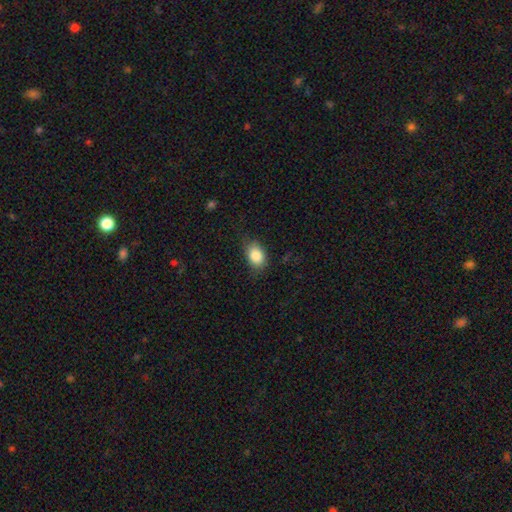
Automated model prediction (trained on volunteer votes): Morphology: type=smooth (85%); roundness=in between (78%); merging=none (75%).